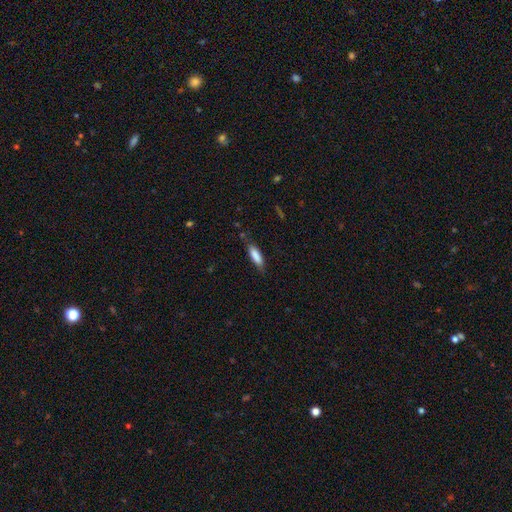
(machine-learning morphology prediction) Smooth or featured? Predicted: smooth (p=0.83). How rounded? Predicted: cigar-shaped (p=0.50). Merging? Predicted: none (p=0.72).